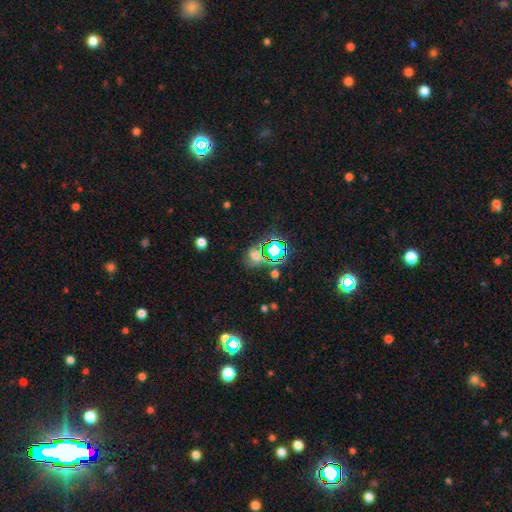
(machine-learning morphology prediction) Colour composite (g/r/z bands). It shows a star or artifact, not a galaxy (45%).